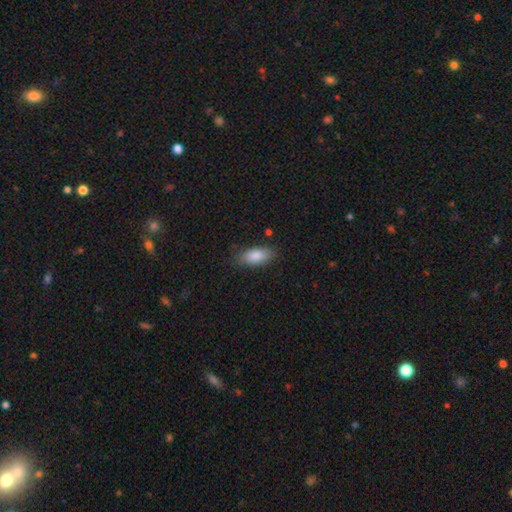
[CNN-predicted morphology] Smooth or featured? smooth (86%)
How rounded? in between (87%)
Merging? none (79%)